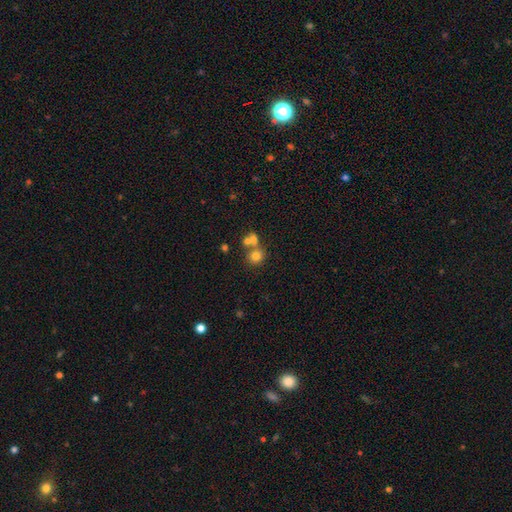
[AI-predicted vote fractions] Smooth or featured? Predicted: smooth (p=0.72). How rounded? Predicted: round (p=0.83). Merging? Predicted: none (p=0.49).